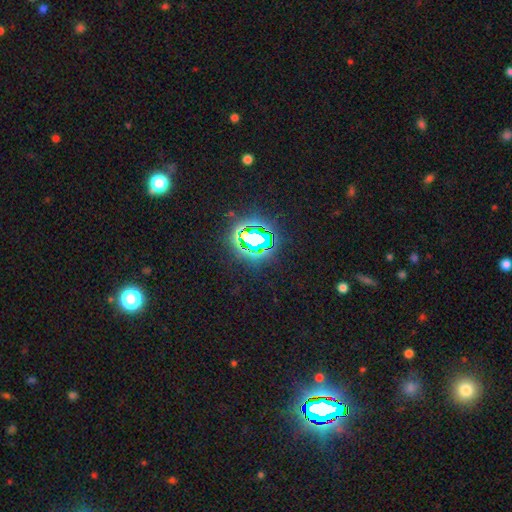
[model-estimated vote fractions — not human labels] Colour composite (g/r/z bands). It shows a star or artifact, not a galaxy (81%).